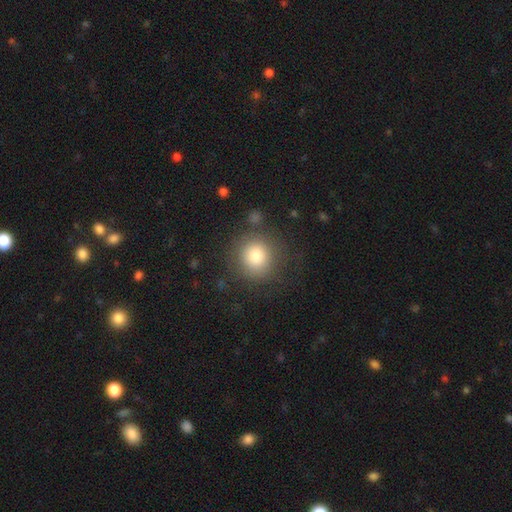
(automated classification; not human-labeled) Q: Smooth or featured?
A: smooth (79%); runner-up: star or artifact (11%)
Q: How rounded?
A: round (92%); runner-up: in between (7%)
Q: Merging?
A: none (80%); runner-up: minor disturbance (11%)